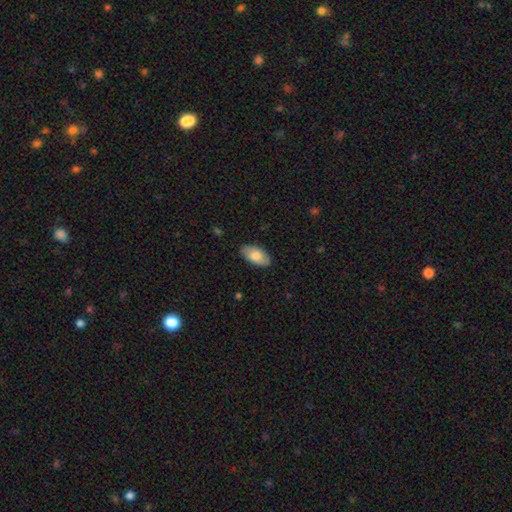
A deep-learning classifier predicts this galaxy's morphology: Q: Smooth or featured?
A: smooth (78%); runner-up: featured or disk (16%)
Q: How rounded?
A: in between (95%); runner-up: round (3%)
Q: Merging?
A: none (87%); runner-up: minor disturbance (10%)